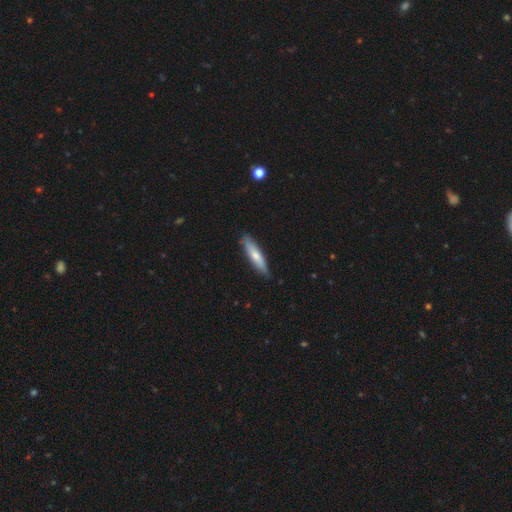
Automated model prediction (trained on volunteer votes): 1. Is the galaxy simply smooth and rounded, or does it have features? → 65% smooth, 30% featured or disk, 5% star or artifact.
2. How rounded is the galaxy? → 76% cigar-shaped, 22% in between, 2% round.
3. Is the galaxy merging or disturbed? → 83% none, 14% minor disturbance, 2% major disturbance, 1% merger.